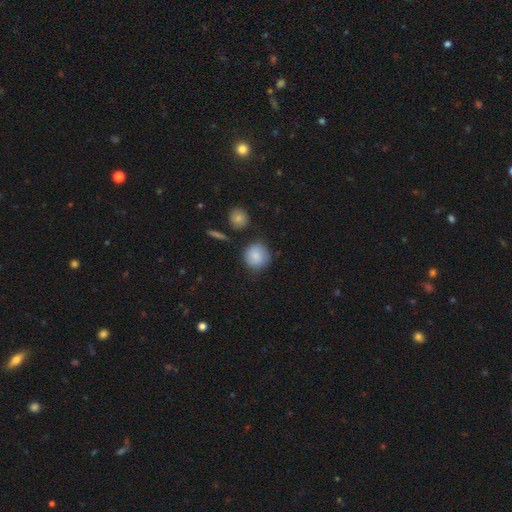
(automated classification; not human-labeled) This is clearly a smooth galaxy (85%). How rounded: clearly round (89%). Merging: likely none (79%).